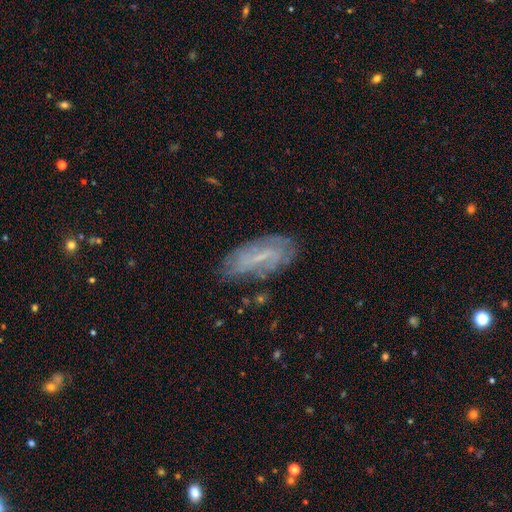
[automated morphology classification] A featured or disk galaxy (58%).

Vote fractions:
- Smooth or featured? featured or disk: 58% / smooth: 28% / star or artifact: 14%
- Edge-on disk? no: 84% / yes: 16%
- Merging? none: 69% / minor disturbance: 20% / major disturbance: 8% / merger: 3%